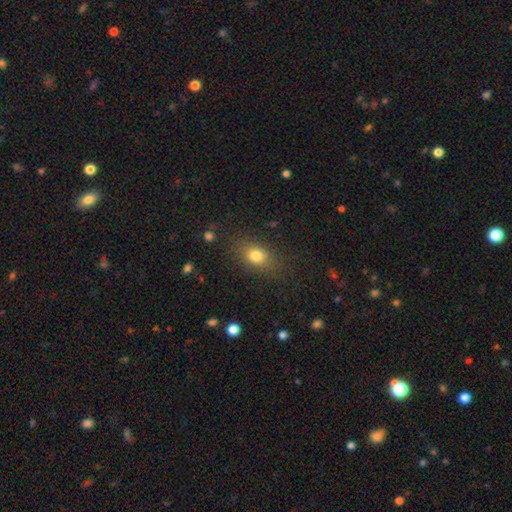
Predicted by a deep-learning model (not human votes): Smooth or featured? smooth (78%)
How rounded? in between (66%)
Merging? none (77%)